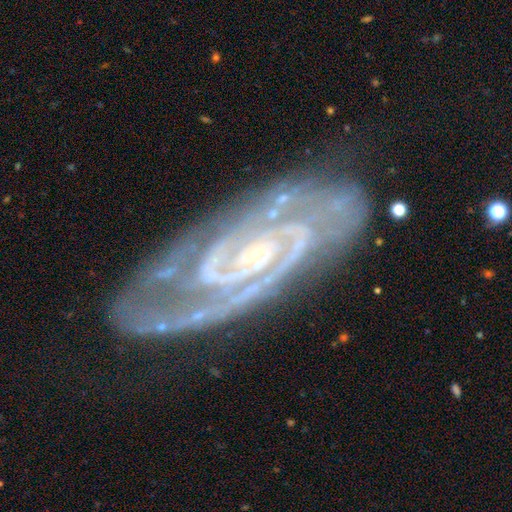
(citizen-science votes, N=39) This appears to be a featured or disk galaxy (95%) with no bar (71%), 2 (97%) tight (79%) spiral arms (100%) and a small central bulge (85%). Merging: none (82%).